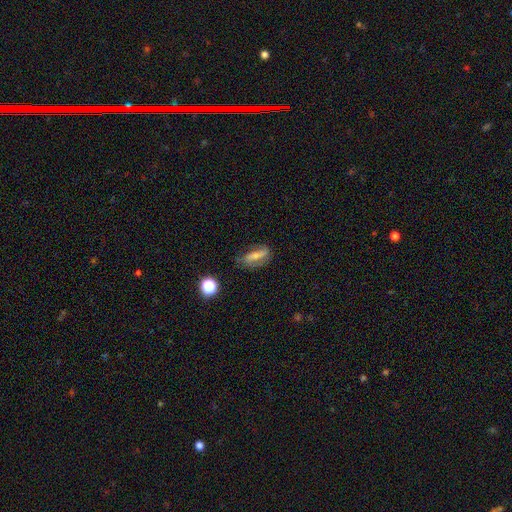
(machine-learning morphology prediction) Smooth or featured? featured or disk (49%)
Merging? none (63%)